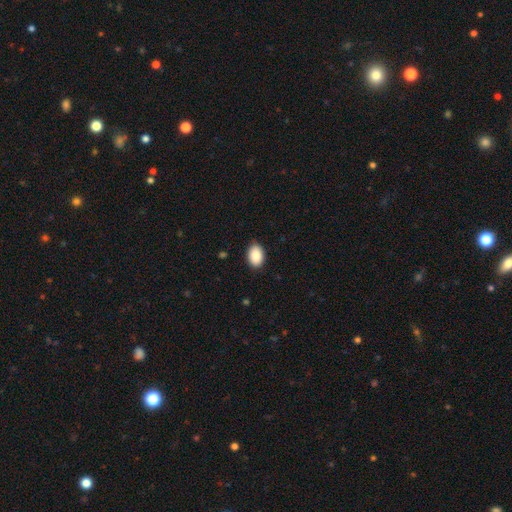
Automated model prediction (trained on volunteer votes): The model was most divided on "how rounded": in between: 87%, round: 12%, cigar-shaped: 1%. More confident: smooth or featured — smooth (89%); merging — none (88%).